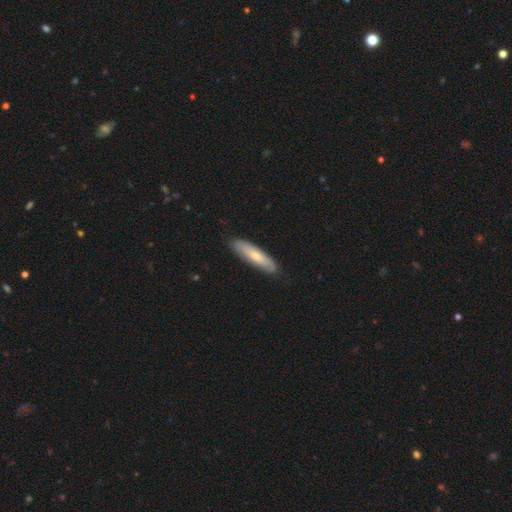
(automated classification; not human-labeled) This is likely a smooth galaxy (66%). How rounded: likely cigar-shaped (70%). Merging: clearly none (85%).